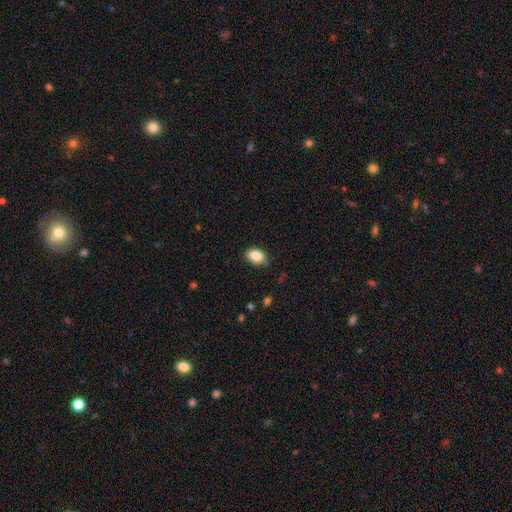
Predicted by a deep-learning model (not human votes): A smooth galaxy with no disk features (85%) that is in between round and cigar-shaped (75%). Merging: none (80%).